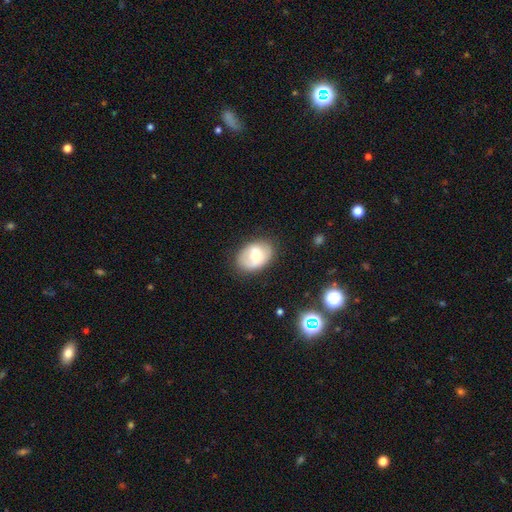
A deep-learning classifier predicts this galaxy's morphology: smooth-or-featured: smooth: 61% | featured or disk: 31% | star or artifact: 8%
  how-rounded: in between: 78% | round: 21% | cigar-shaped: 1%
  merging: none: 77% | minor disturbance: 17% | major disturbance: 5% | merger: 1%